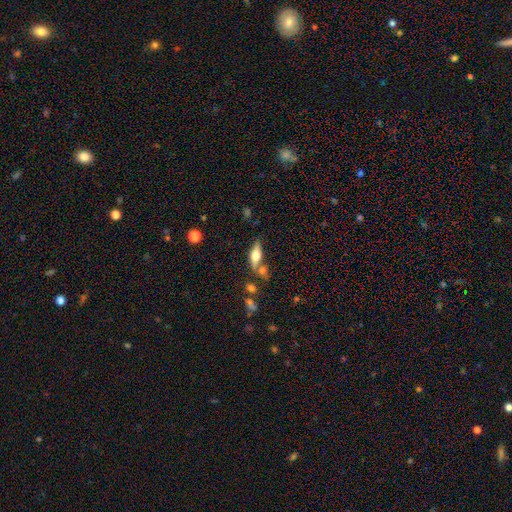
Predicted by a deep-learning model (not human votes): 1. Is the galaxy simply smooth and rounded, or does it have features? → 49% smooth, 43% featured or disk, 8% star or artifact.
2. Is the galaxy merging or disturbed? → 55% none, 22% merger, 16% minor disturbance, 6% major disturbance.